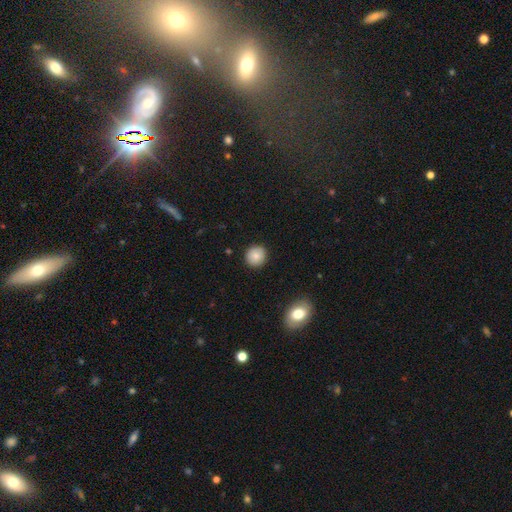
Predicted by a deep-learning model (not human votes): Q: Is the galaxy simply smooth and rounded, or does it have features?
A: smooth — 85%.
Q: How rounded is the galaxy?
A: round — 92%.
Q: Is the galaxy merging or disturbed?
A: none — 91%.